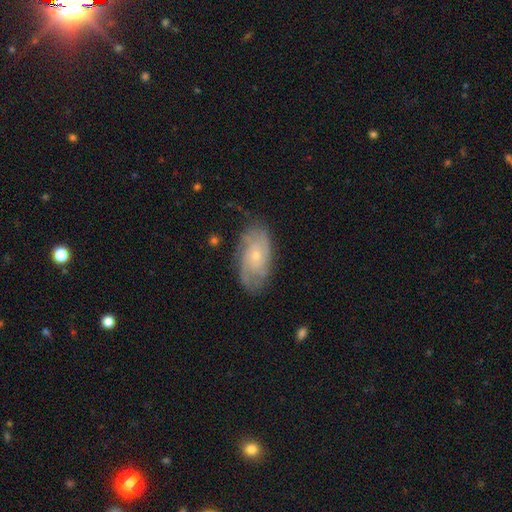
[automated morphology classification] featured or disk 76%, smooth 18%, star or artifact 6%. Down the decision tree: edge-on disk — no (95%); bar — no (78%); spiral arms — yes (91%); spiral arm count — can't tell (38%); spiral winding — tight (58%); bulge size — small (71%); merging — none (72%).